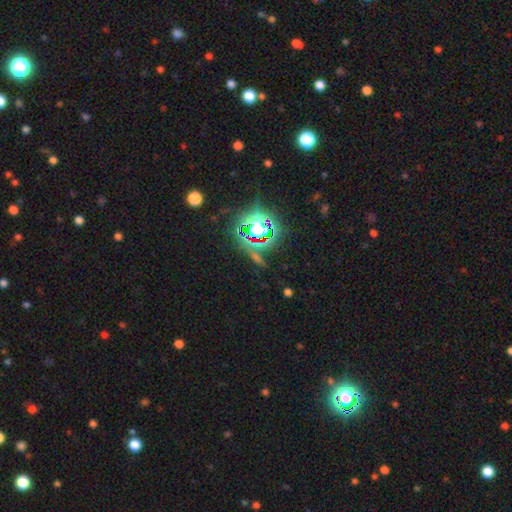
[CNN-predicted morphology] A star or artifact, not a galaxy (78%).

Vote fractions:
- Smooth or featured? star or artifact: 78% / smooth: 13% / featured or disk: 9%